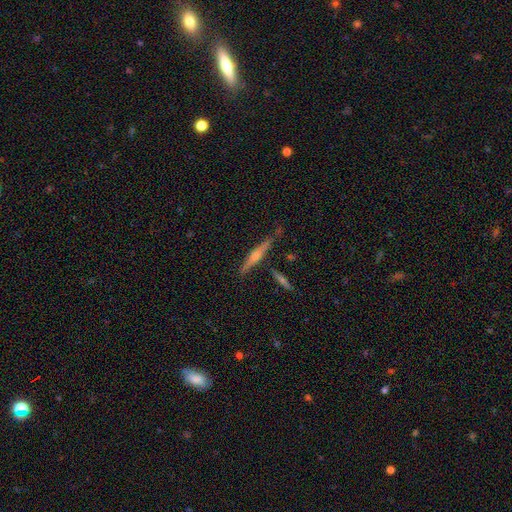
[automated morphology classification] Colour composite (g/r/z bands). It shows a featured or disk galaxy (70%) viewed edge-on (97%) with a rounded central bulge (81%). Merging: none (80%).